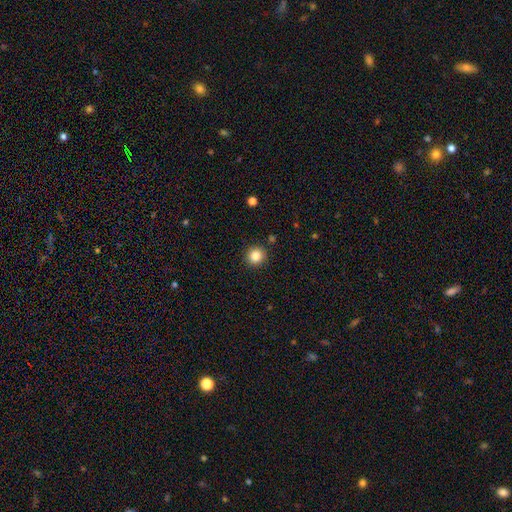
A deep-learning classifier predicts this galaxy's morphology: This appears to be a smooth galaxy with no disk features (84%) that is round (93%). Merging: none (91%).